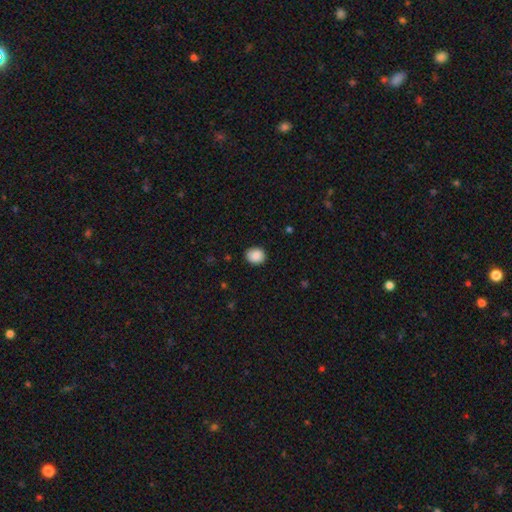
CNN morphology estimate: smooth-or-featured: smooth: 87% | star or artifact: 8% | featured or disk: 5%
  how-rounded: round: 67% | in between: 32% | cigar-shaped: 1%
  merging: none: 86% | minor disturbance: 11% | major disturbance: 2% | merger: 1%